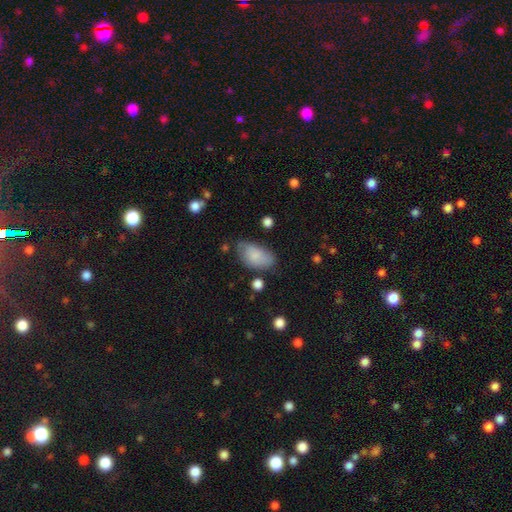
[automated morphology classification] A smooth galaxy with no disk features (79%) that is in between round and cigar-shaped (93%).

Vote fractions:
- Smooth or featured? smooth: 79% / featured or disk: 14% / star or artifact: 7%
- How rounded? in between: 93% / round: 5% / cigar-shaped: 2%
- Merging? none: 59% / minor disturbance: 29% / major disturbance: 9% / merger: 4%